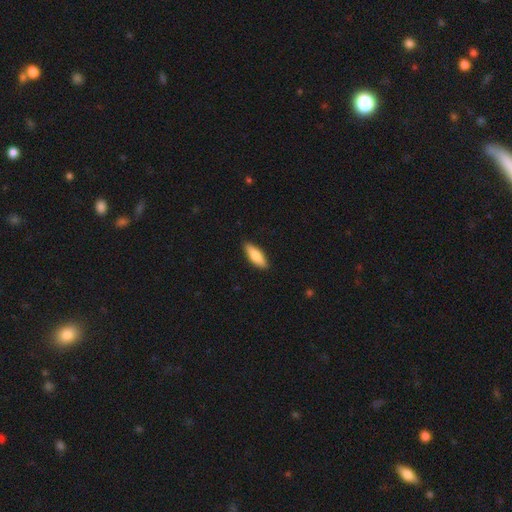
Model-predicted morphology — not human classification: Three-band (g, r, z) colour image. It shows a smooth galaxy with no disk features (78%) that is in between round and cigar-shaped (59%). Merging: none (88%).